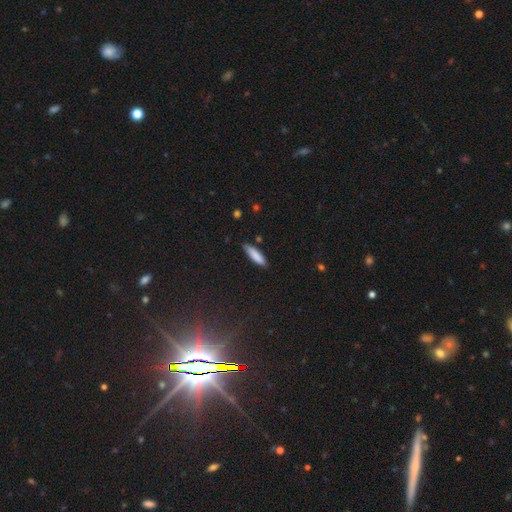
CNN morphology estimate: This appears to be a smooth galaxy with no disk features (84%) that is cigar-shaped (69%). Merging: none (84%).